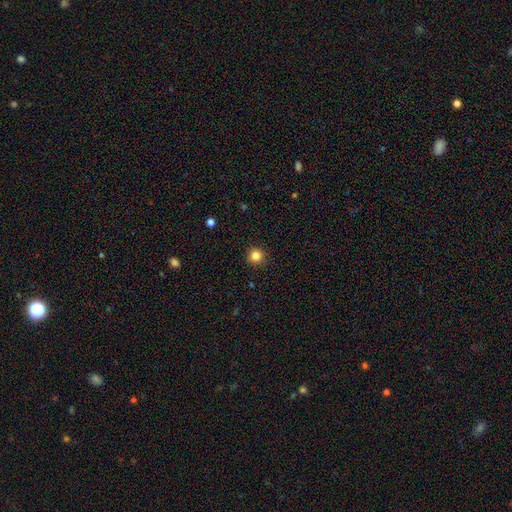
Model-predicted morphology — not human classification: Smooth or featured?
  - smooth: 84% *
  - star or artifact: 12%
  - featured or disk: 4%
How rounded?
  - round: 95% *
  - in between: 4%
  - cigar-shaped: 1%
Merging?
  - none: 92% *
  - minor disturbance: 5%
  - major disturbance: 2%
  - merger: 1%